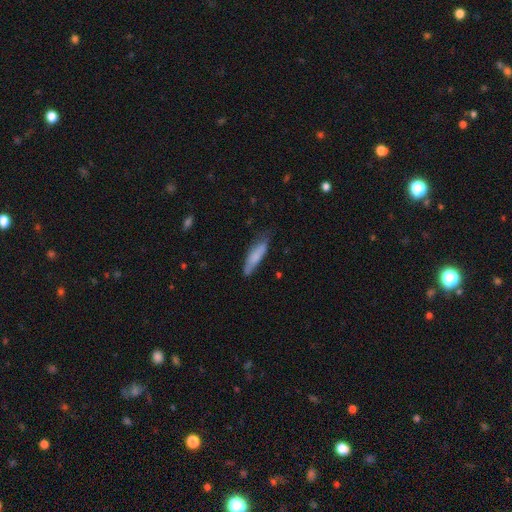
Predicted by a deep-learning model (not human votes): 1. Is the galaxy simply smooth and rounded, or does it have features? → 75% smooth, 19% featured or disk, 6% star or artifact.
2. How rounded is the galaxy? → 71% cigar-shaped, 27% in between, 1% round.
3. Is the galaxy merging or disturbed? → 61% none, 30% minor disturbance, 7% major disturbance, 2% merger.